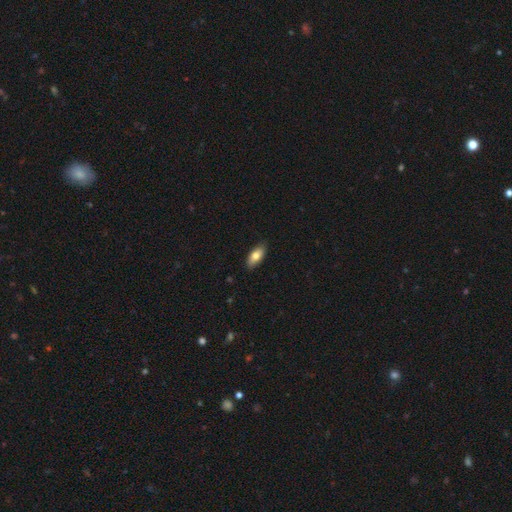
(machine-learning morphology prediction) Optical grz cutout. It shows a smooth galaxy with no disk features (78%) that is in between round and cigar-shaped (85%). Merging: none (87%).